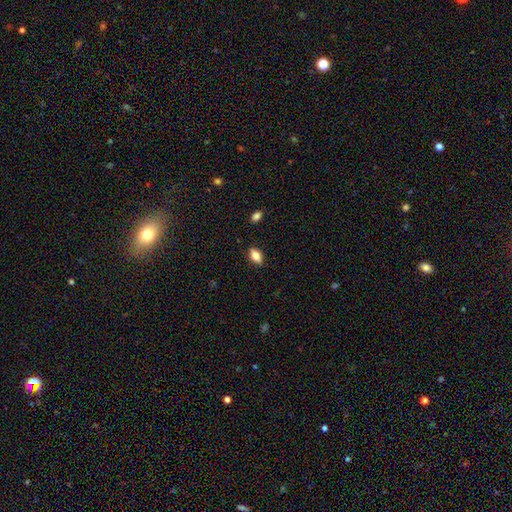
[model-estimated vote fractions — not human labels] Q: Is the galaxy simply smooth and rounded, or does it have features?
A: smooth — 79%.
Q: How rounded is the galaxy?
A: in between — 88%.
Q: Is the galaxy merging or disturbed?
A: none — 86%.